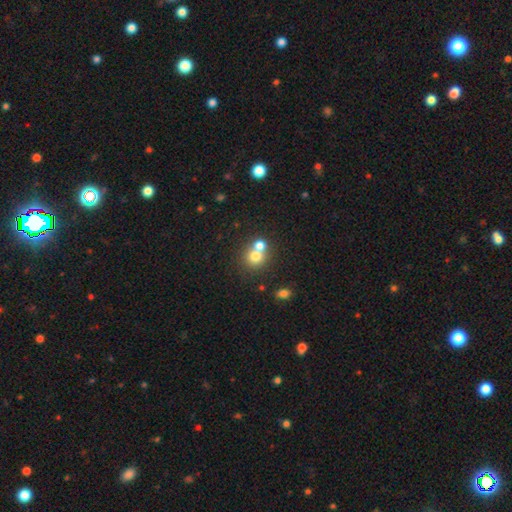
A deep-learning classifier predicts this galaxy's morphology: The model was most divided on "merging": merger: 52%, none: 40%, minor disturbance: 6%, major disturbance: 3%. More confident: how rounded — round (82%); smooth or featured — smooth (73%).